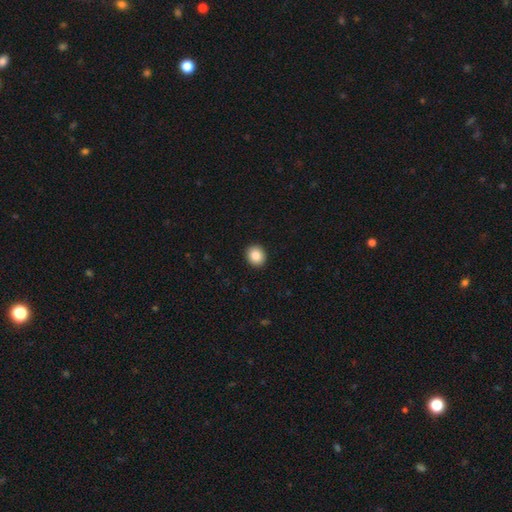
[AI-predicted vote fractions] Q: Smooth or featured?
A: smooth (86%); runner-up: star or artifact (9%)
Q: How rounded?
A: round (73%); runner-up: in between (26%)
Q: Merging?
A: none (93%); runner-up: minor disturbance (5%)